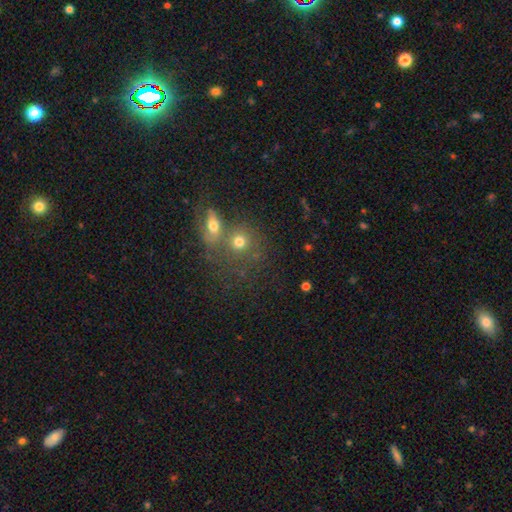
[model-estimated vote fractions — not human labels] Smooth or featured? Predicted: smooth (p=0.51). How rounded? Predicted: round (p=0.76). Merging? Predicted: merger (p=0.55).